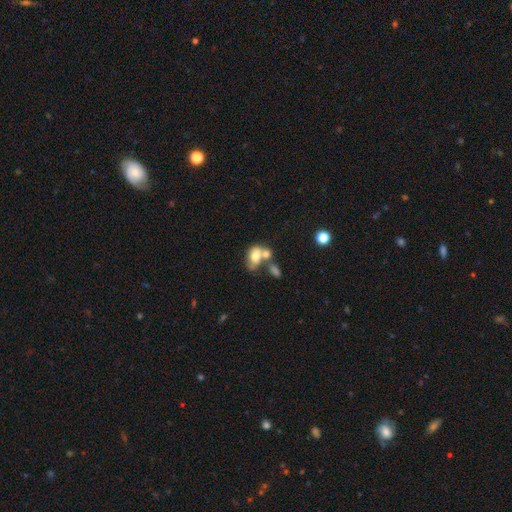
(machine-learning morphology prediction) smooth-or-featured: smooth: 65% | featured or disk: 25% | star or artifact: 10%
  how-rounded: in between: 77% | round: 21% | cigar-shaped: 2%
  merging: merger: 55% | none: 23% | minor disturbance: 12% | major disturbance: 10%